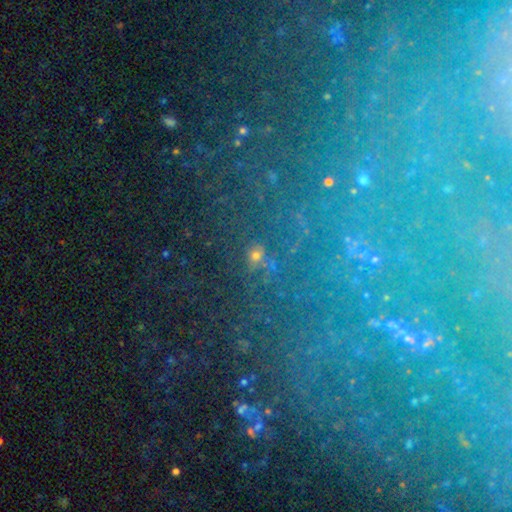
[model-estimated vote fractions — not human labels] A star or artifact, not a galaxy (53%).